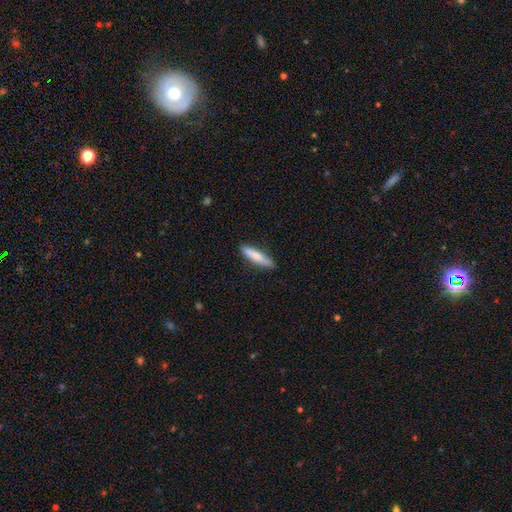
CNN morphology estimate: Smooth or featured? smooth (77%)
How rounded? cigar-shaped (81%)
Merging? none (83%)